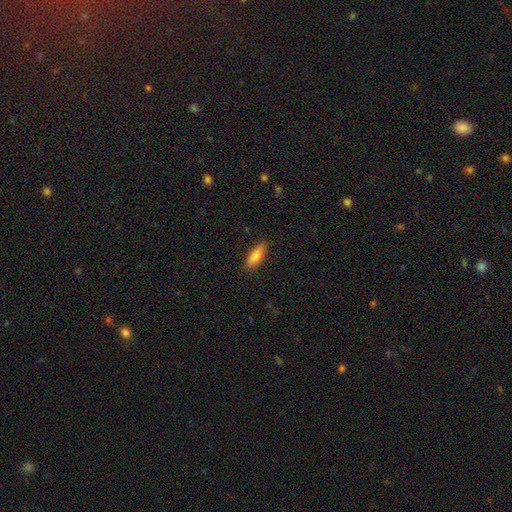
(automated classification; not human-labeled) Smooth or featured?
  - smooth: 75% *
  - featured or disk: 18%
  - star or artifact: 7%
How rounded?
  - in between: 56% *
  - cigar-shaped: 42%
  - round: 2%
Merging?
  - none: 86% *
  - minor disturbance: 11%
  - major disturbance: 2%
  - merger: 1%